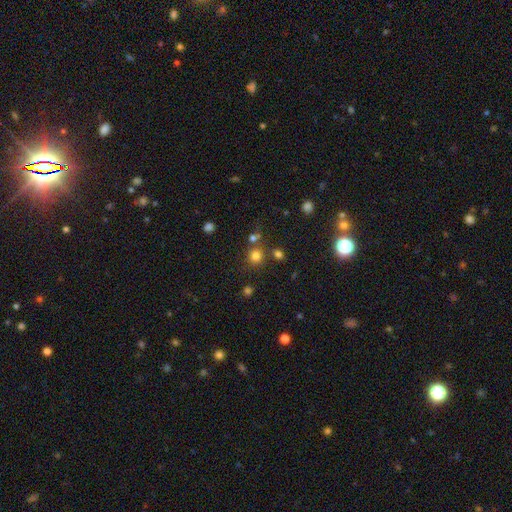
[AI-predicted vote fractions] smooth_or_featured: smooth (p=0.76) [alt: star or artifact p=0.17]
how_rounded: round (p=0.89) [alt: in between p=0.10]
merging: none (p=0.75) [alt: merger p=0.13]